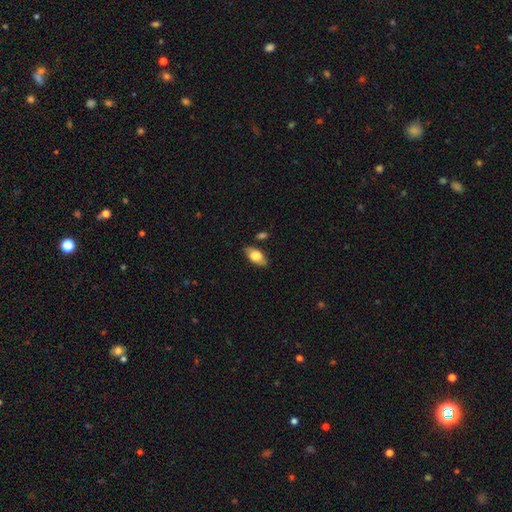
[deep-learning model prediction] Smooth or featured?
  - smooth: 75% *
  - featured or disk: 19%
  - star or artifact: 7%
How rounded?
  - in between: 91% *
  - cigar-shaped: 5%
  - round: 4%
Merging?
  - none: 78% *
  - minor disturbance: 16%
  - major disturbance: 3%
  - merger: 3%